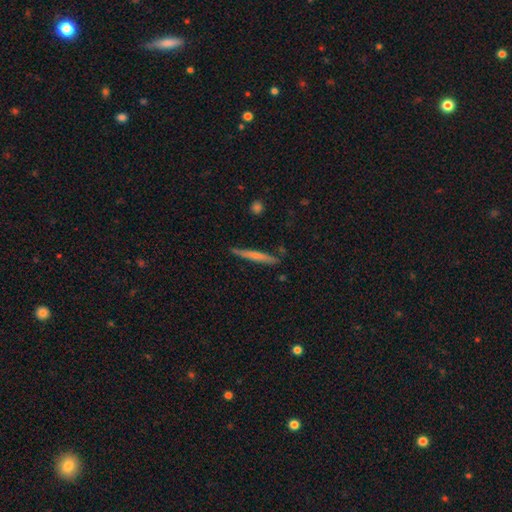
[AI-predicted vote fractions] Q: Smooth or featured?
A: smooth (53%); runner-up: featured or disk (40%)
Q: How rounded?
A: cigar-shaped (95%); runner-up: in between (3%)
Q: Merging?
A: none (84%); runner-up: minor disturbance (12%)